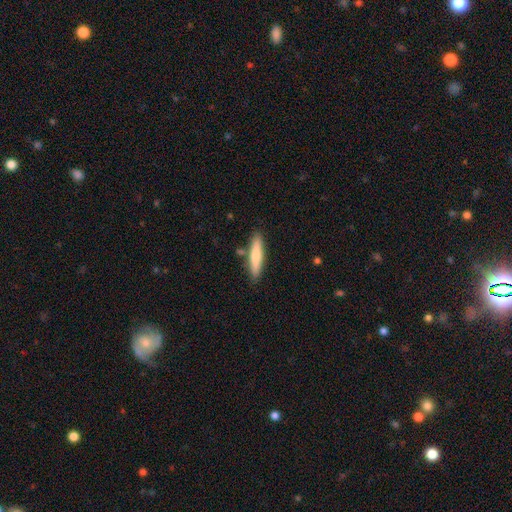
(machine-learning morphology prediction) Q: Smooth or featured?
A: smooth (70%); runner-up: featured or disk (25%)
Q: How rounded?
A: cigar-shaped (85%); runner-up: in between (14%)
Q: Merging?
A: none (83%); runner-up: minor disturbance (10%)